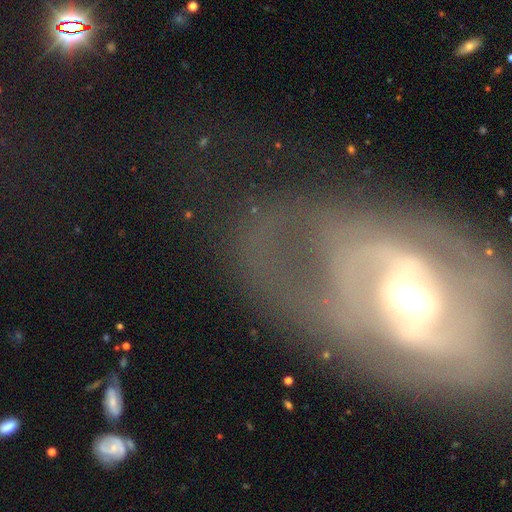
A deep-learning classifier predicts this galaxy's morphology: smooth-or-featured: featured or disk: 61% | smooth: 21% | star or artifact: 19%
  disk-edge-on: no: 89% | yes: 11%
    bar: no: 39% | weak: 32% | strong: 29%
    has-spiral-arms: yes: 57% | no: 43%
    bulge-size: moderate: 56% | small: 22% | large: 13% | none: 5% | dominant: 4%
  merging: none: 51% | major disturbance: 25% | minor disturbance: 16% | merger: 7%